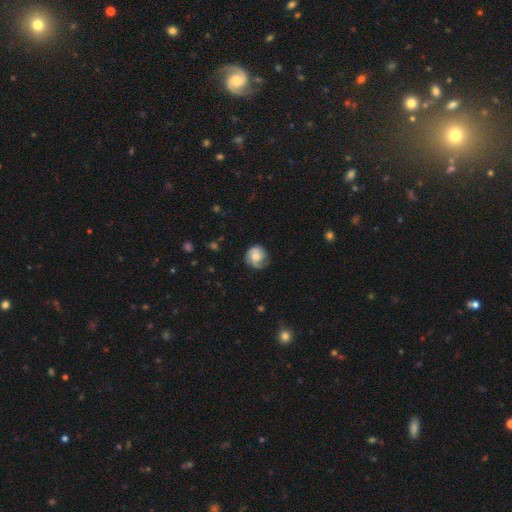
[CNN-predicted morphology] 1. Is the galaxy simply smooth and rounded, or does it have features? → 57% featured or disk, 36% smooth, 7% star or artifact.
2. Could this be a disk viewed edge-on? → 98% no, 2% yes.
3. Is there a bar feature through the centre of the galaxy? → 70% no, 26% weak, 4% strong.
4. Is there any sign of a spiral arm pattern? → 90% yes, 10% no.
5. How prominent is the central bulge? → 52% moderate, 27% small, 12% large, 7% none, 2% dominant.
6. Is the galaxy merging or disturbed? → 66% none, 23% minor disturbance, 9% major disturbance, 1% merger.